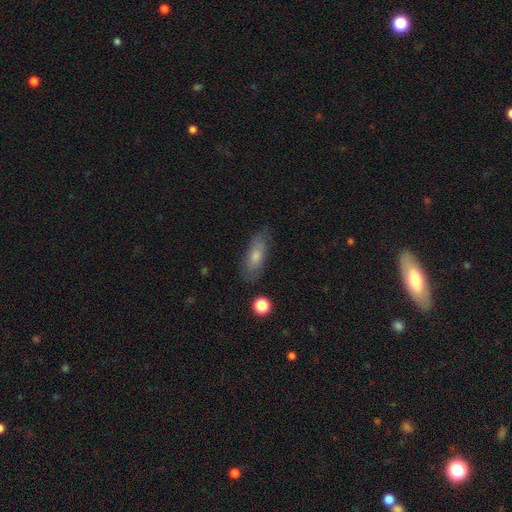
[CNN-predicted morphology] Smooth or featured? smooth (62%)
How rounded? in between (64%)
Merging? none (82%)